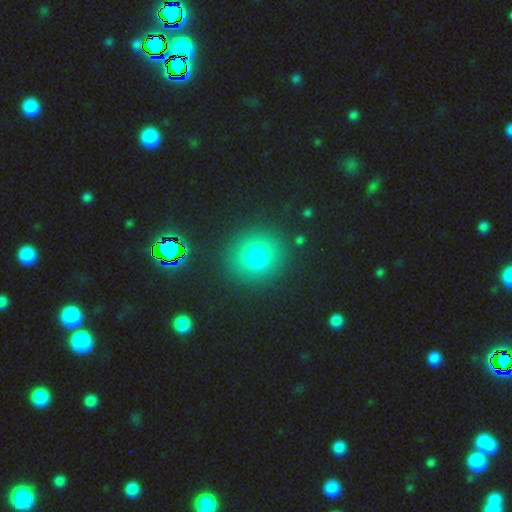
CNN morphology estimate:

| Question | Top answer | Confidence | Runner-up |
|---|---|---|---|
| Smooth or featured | smooth | 76% | star or artifact (17%) |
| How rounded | round | 86% | in between (13%) |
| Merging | none | 88% | minor disturbance (7%) |